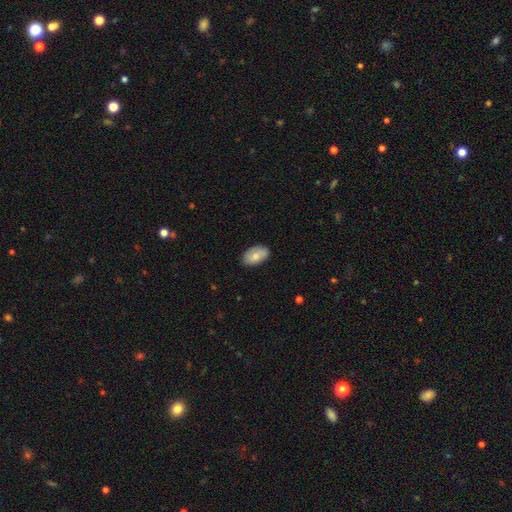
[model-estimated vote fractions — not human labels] Overall: smooth (75%). How rounded: in between (93%). Merging: none (81%).